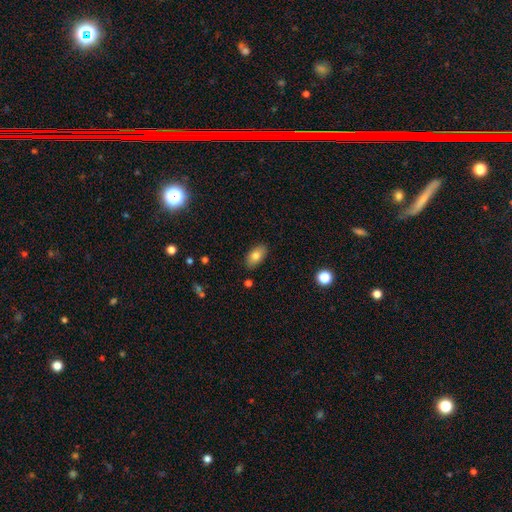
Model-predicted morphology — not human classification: This appears to be a smooth galaxy with no disk features (79%) that is in between round and cigar-shaped (92%). Merging: none (87%).